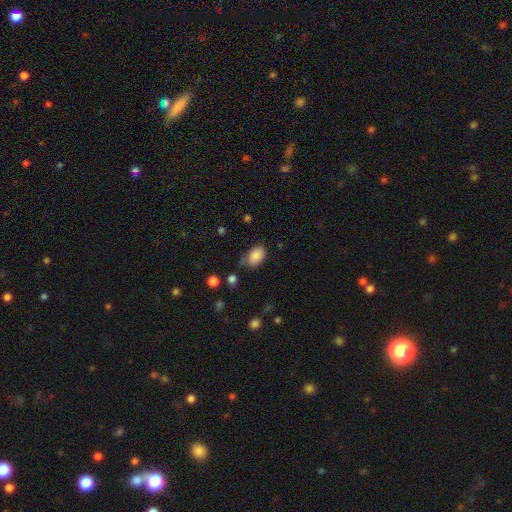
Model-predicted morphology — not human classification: Smooth or featured: smooth — 85% (star or artifact — 8%)
How rounded: in between — 89% (round — 10%)
Merging: none — 57% (minor disturbance — 30%)